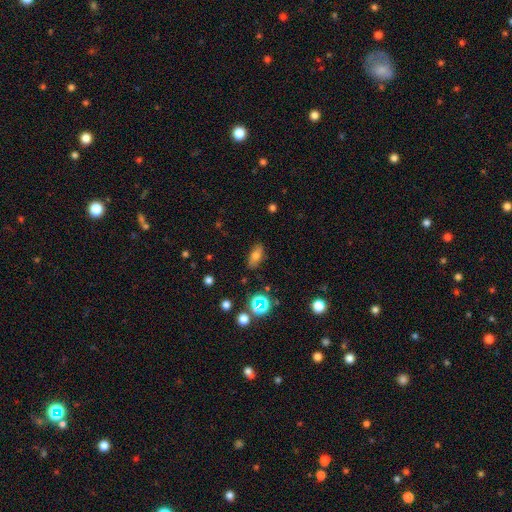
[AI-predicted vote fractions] This is likely a smooth galaxy (69%). How rounded: clearly in between (82%). Merging: clearly none (83%).